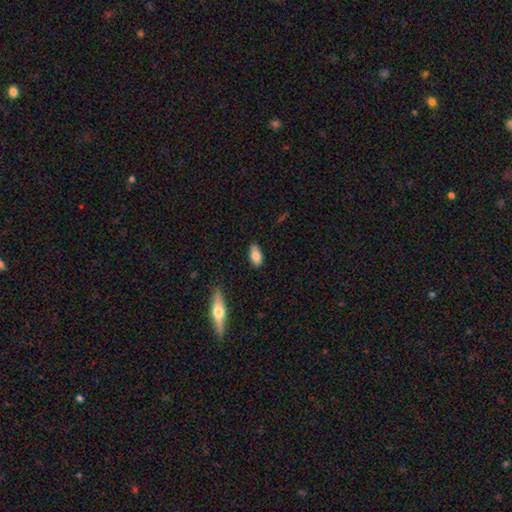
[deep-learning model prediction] Morphology: type=smooth (82%); roundness=in between (90%); merging=none (84%).